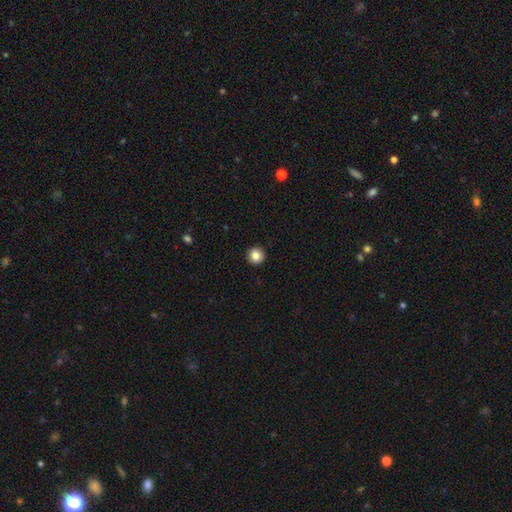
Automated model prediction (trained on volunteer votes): Overall: smooth (84%). How rounded: round (95%). Merging: none (93%).